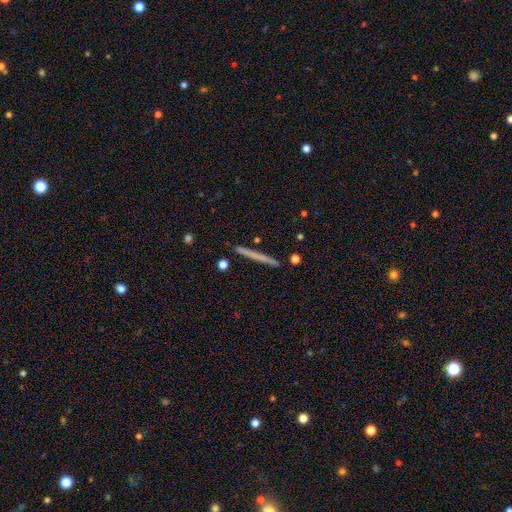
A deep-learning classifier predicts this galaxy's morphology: This appears to be a smooth galaxy with no disk features (56%) that is cigar-shaped (97%). Merging: none (91%).